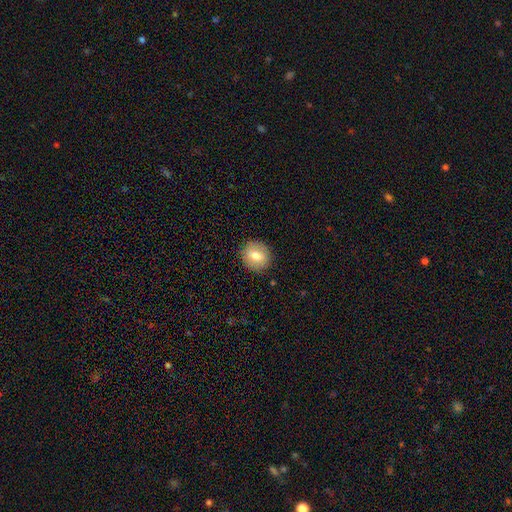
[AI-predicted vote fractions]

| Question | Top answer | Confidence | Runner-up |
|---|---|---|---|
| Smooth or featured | smooth | 73% | featured or disk (18%) |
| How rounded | round | 84% | in between (15%) |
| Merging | none | 90% | minor disturbance (7%) |